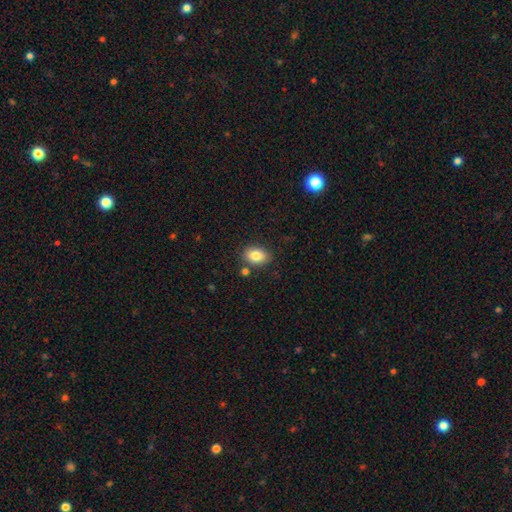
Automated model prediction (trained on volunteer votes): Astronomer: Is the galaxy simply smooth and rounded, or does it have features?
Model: smooth — 83%.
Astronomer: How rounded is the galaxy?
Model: in between — 81%.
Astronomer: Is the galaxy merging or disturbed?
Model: none — 80%.